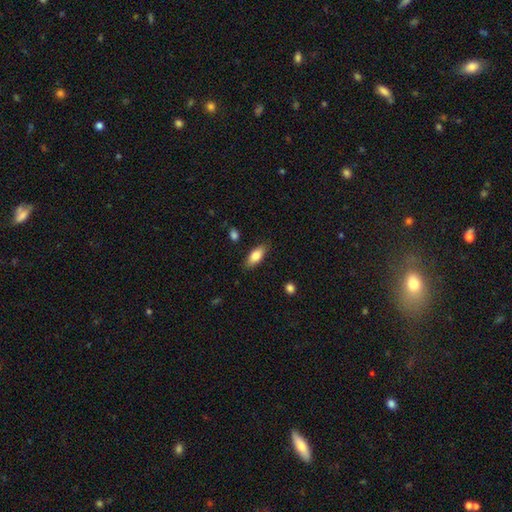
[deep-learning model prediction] Morphology: type=smooth (82%); roundness=in between (82%); merging=none (85%).